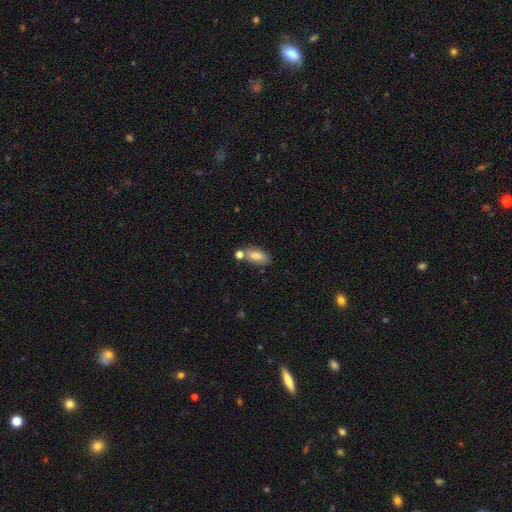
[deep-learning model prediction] Morphology: type=smooth (78%); roundness=in between (87%); merging=none (64%).